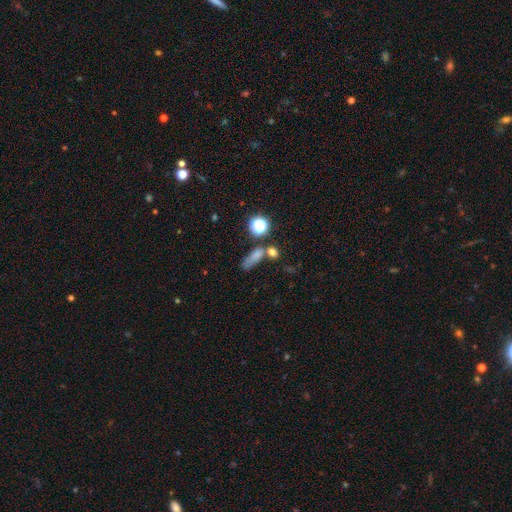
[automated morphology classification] Overall: smooth (68%). How rounded: in between (47%; cigar-shaped 31%). Merging: none (45%; merger 26%).